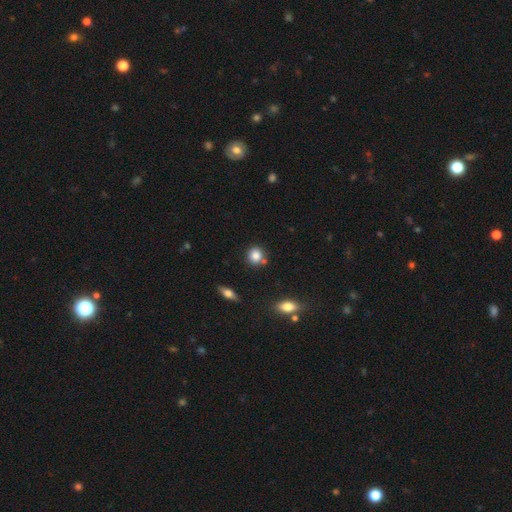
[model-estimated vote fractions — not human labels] This appears to be a smooth galaxy with no disk features (83%) that is round (84%). Merging: none (74%).